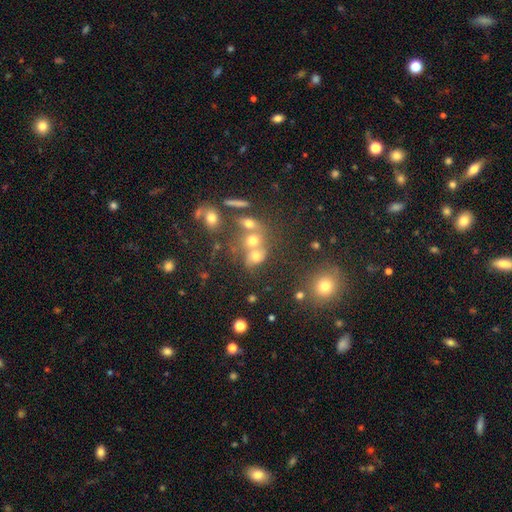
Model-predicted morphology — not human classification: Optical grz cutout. It shows a smooth galaxy with no disk features (62%) that is round (64%). Merging: merger (47%).